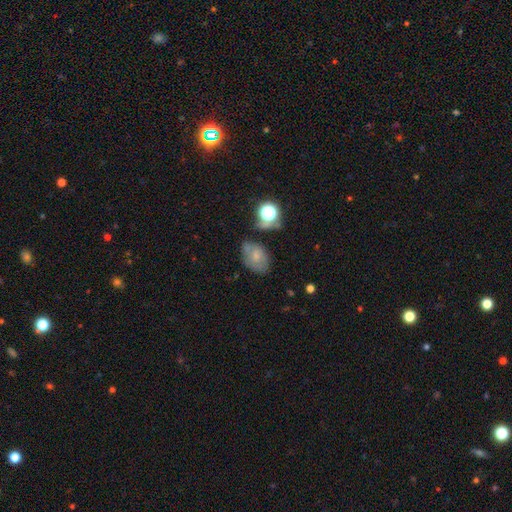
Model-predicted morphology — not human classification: The model was most divided on "smooth or featured": smooth: 55%, featured or disk: 31%, star or artifact: 14%. More confident: how rounded — in between (80%); merging — none (52%).